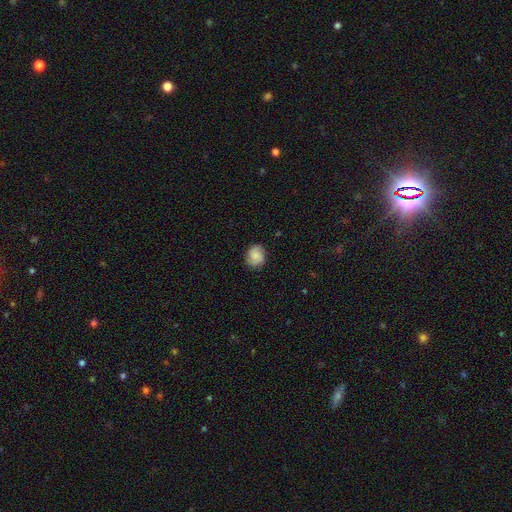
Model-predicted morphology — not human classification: Overall: smooth (59%; featured or disk 32%). How rounded: round (72%). Merging: none (81%).